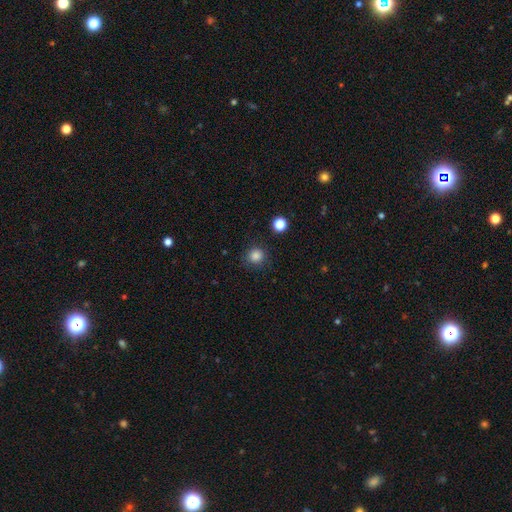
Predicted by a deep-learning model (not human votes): Smooth or featured? Predicted: smooth (p=0.85). How rounded? Predicted: round (p=0.91). Merging? Predicted: none (p=0.86).